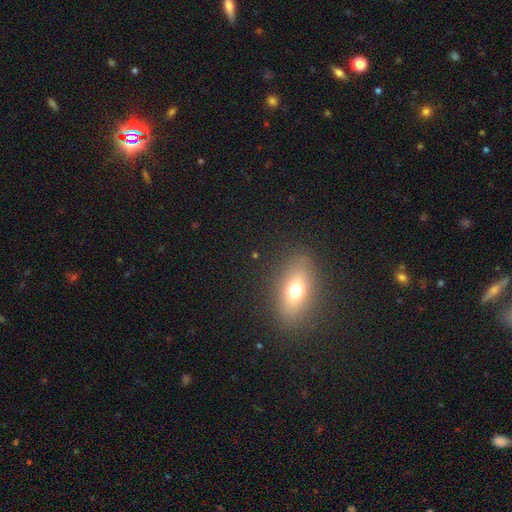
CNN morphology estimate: A smooth galaxy with no disk features (61%) that is in between round and cigar-shaped (67%).

Vote fractions:
- Smooth or featured? smooth: 61% / featured or disk: 23% / star or artifact: 16%
- How rounded? in between: 67% / round: 18% / cigar-shaped: 15%
- Merging? none: 86% / minor disturbance: 9% / major disturbance: 3% / merger: 2%